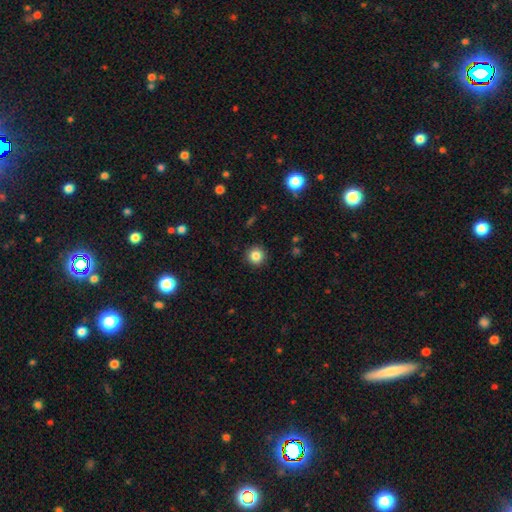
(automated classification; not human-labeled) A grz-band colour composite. It shows a smooth galaxy with no disk features (84%) that is round (95%). Merging: none (92%).